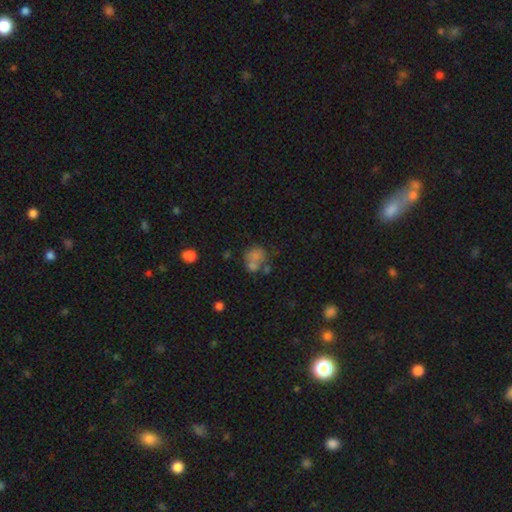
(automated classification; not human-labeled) smooth-or-featured: smooth: 61% | featured or disk: 20% | star or artifact: 19%
  how-rounded: round: 63% | in between: 35% | cigar-shaped: 1%
  merging: merger: 40% | none: 36% | minor disturbance: 14% | major disturbance: 11%